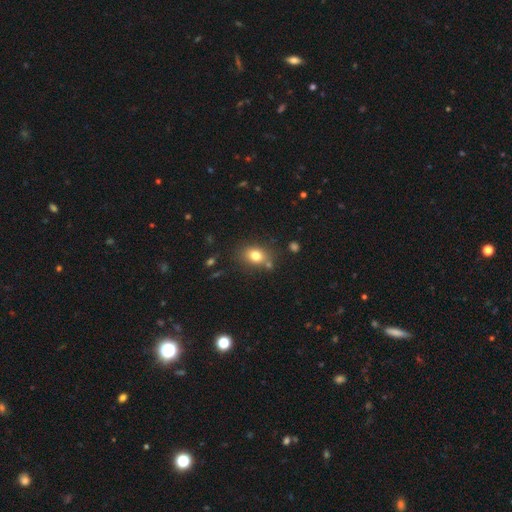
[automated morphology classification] Smooth or featured? Predicted: smooth (p=0.78). How rounded? Predicted: in between (p=0.61). Merging? Predicted: none (p=0.76).